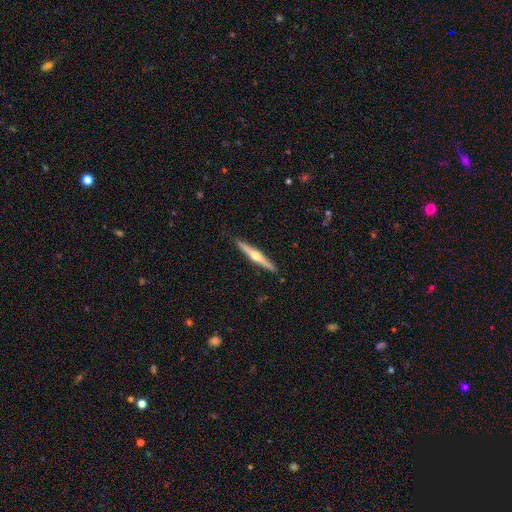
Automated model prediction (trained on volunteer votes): A featured or disk galaxy (72%) viewed edge-on (98%) with a rounded central bulge (94%). Merging: none (90%).